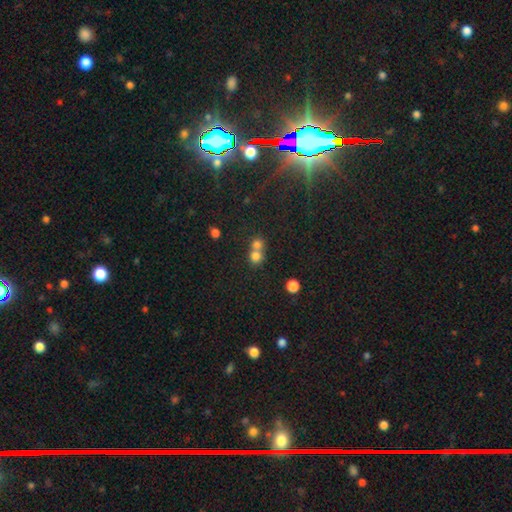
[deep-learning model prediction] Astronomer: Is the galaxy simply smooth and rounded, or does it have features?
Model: smooth — 76%.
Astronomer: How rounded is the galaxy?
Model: round — 83%.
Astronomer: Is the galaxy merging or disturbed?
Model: merger — 59% (runner-up: none, 34%).